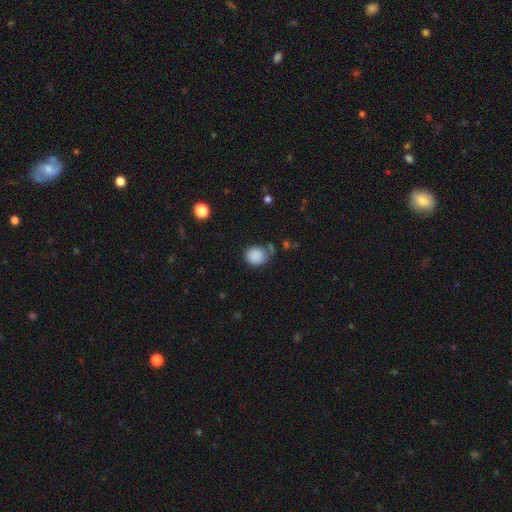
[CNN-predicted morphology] Smooth or featured: smooth — 87% (star or artifact — 9%)
How rounded: round — 70% (in between — 29%)
Merging: none — 64% (minor disturbance — 22%)